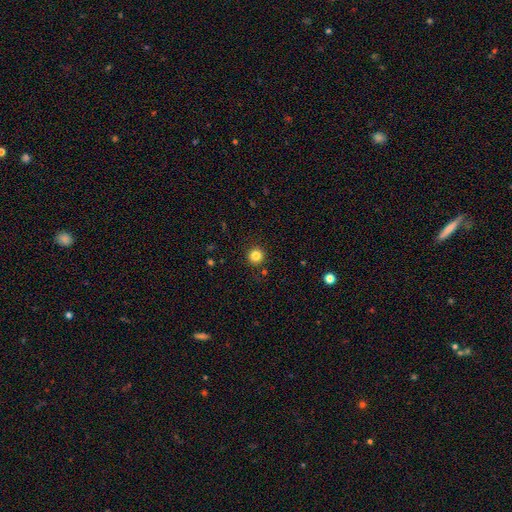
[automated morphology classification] Smooth or featured? smooth (83%)
How rounded? round (95%)
Merging? none (91%)